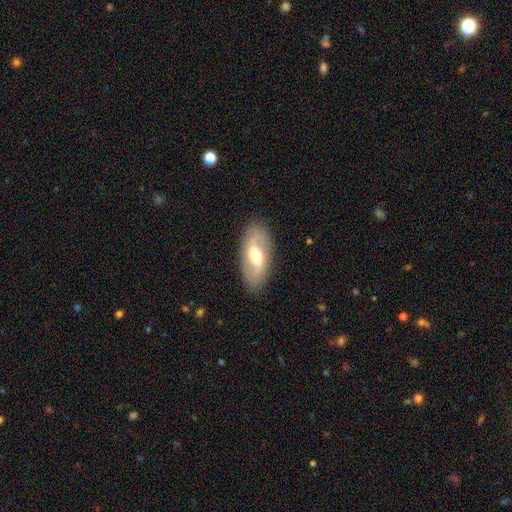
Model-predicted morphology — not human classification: Q: Smooth or featured?
A: featured or disk (69%); runner-up: smooth (26%)
Q: Edge-on disk?
A: no (91%); runner-up: yes (9%)
Q: Bar?
A: weak (47%); runner-up: strong (28%)
Q: Spiral arms?
A: yes (78%); runner-up: no (22%)
Q: Bulge size?
A: moderate (70%); runner-up: small (20%)
Q: Merging?
A: none (87%); runner-up: minor disturbance (9%)